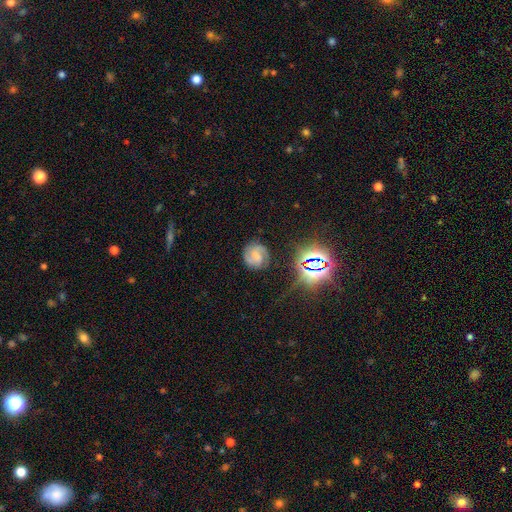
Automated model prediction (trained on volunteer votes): Smooth or featured: featured or disk — 70% (smooth — 18%)
Edge-on disk: no — 98% (yes — 2%)
Bar: weak — 45% (no — 38%)
Spiral arms: yes — 95% (no — 5%)
Spiral winding: medium — 48% (tight — 38%)
Spiral arm count: 2 — 80% (can't tell — 8%)
Bulge size: none — 37% (small — 34%)
Merging: none — 77% (minor disturbance — 15%)